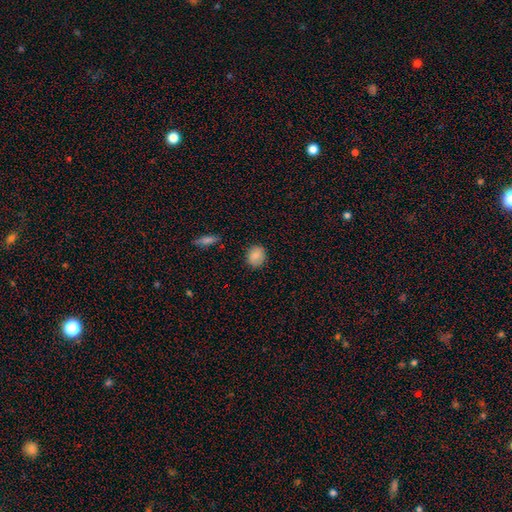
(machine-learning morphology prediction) A smooth galaxy with no disk features (86%) that is round (74%).

Vote fractions:
- Smooth or featured? smooth: 86% / star or artifact: 8% / featured or disk: 5%
- How rounded? round: 74% / in between: 25% / cigar-shaped: 1%
- Merging? none: 86% / minor disturbance: 10% / major disturbance: 2% / merger: 1%